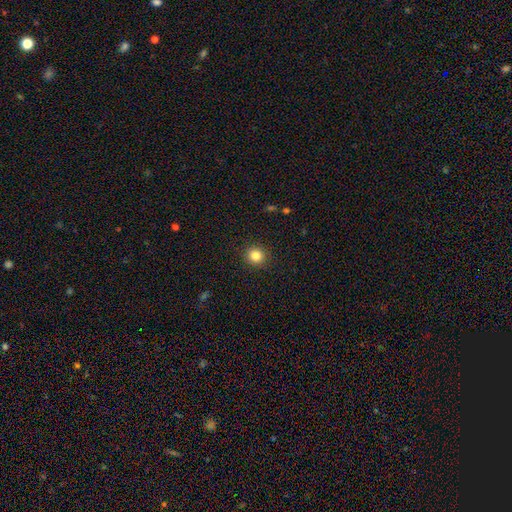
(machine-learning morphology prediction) The model was most divided on "smooth or featured": smooth: 84%, star or artifact: 11%, featured or disk: 5%. More confident: merging — none (92%); how rounded — round (91%).